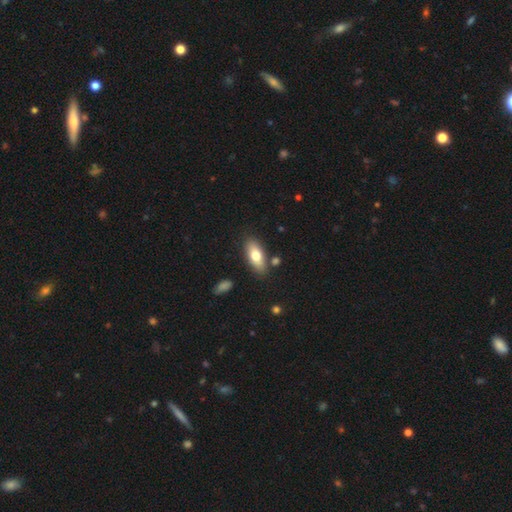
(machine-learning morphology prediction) smooth_or_featured: smooth (p=0.72) [alt: featured or disk p=0.22]
how_rounded: in between (p=0.81) [alt: cigar-shaped p=0.16]
merging: none (p=0.82) [alt: minor disturbance p=0.11]